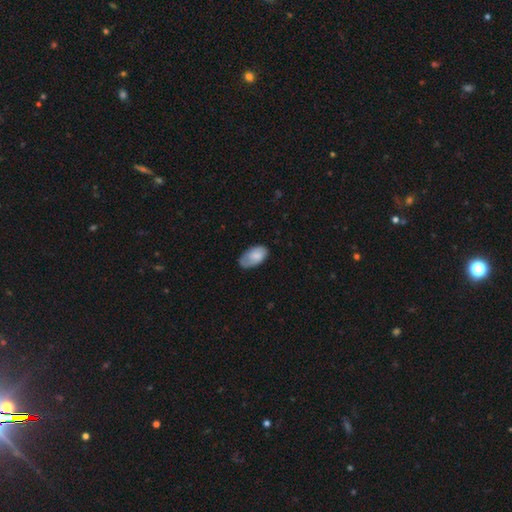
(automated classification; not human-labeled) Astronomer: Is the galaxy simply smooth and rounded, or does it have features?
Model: smooth — 78%.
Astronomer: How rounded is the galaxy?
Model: in between — 95%.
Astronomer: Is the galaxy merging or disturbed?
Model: none — 61%.